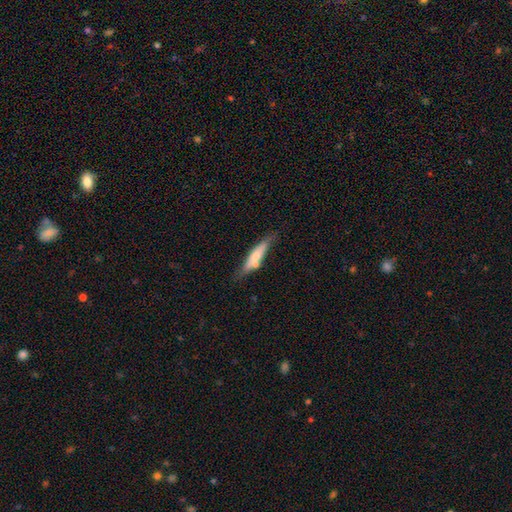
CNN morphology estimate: The model was most divided on "smooth or featured": smooth: 55%, featured or disk: 39%, star or artifact: 6%. More confident: how rounded — cigar-shaped (80%); merging — none (63%).